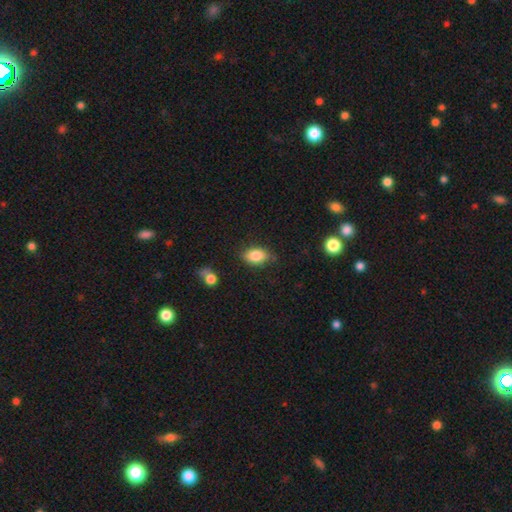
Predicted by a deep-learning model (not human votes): This appears to be a smooth galaxy with no disk features (85%) that is in between round and cigar-shaped (86%). Merging: none (77%).